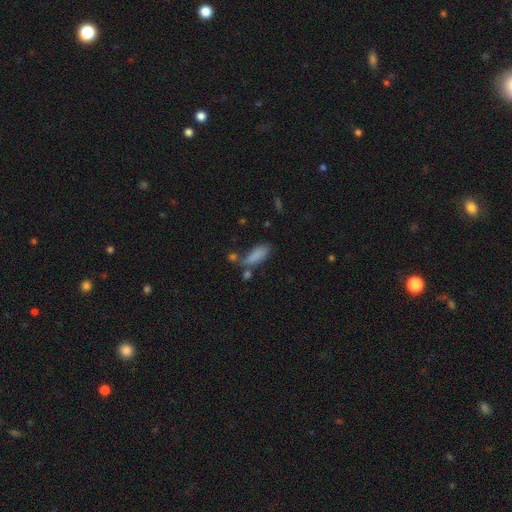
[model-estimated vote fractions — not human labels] Smooth or featured? smooth (82%)
How rounded? in between (71%)
Merging? none (49%)